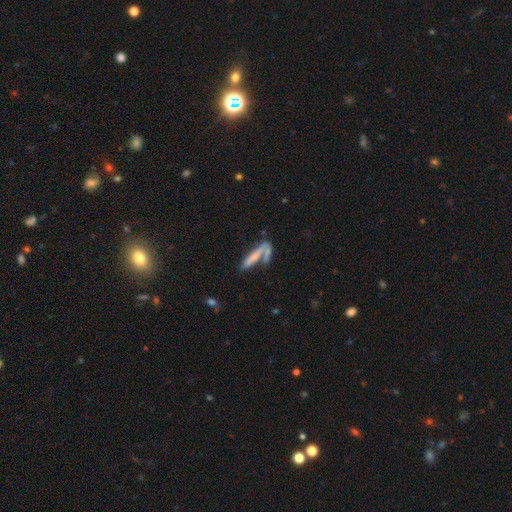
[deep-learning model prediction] Smooth or featured?
  - smooth: 55% *
  - featured or disk: 36%
  - star or artifact: 10%
How rounded?
  - cigar-shaped: 83% *
  - in between: 15%
  - round: 3%
Merging?
  - none: 41% *
  - merger: 38%
  - minor disturbance: 12%
  - major disturbance: 9%